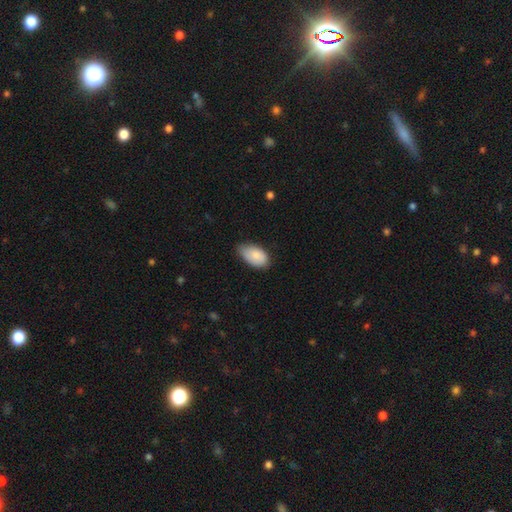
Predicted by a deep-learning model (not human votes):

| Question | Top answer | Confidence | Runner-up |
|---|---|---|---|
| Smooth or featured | smooth | 85% | featured or disk (8%) |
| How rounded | in between | 94% | round (4%) |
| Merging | none | 57% | minor disturbance (36%) |